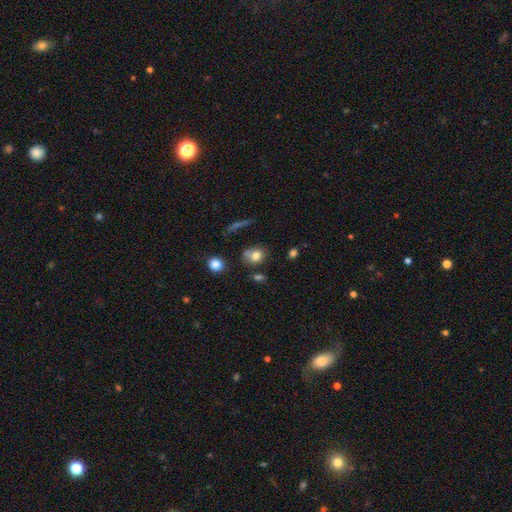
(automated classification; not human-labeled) Smooth or featured?
  - smooth: 77% *
  - star or artifact: 11%
  - featured or disk: 11%
How rounded?
  - round: 58% *
  - in between: 41%
  - cigar-shaped: 2%
Merging?
  - none: 61% *
  - minor disturbance: 19%
  - merger: 14%
  - major disturbance: 7%